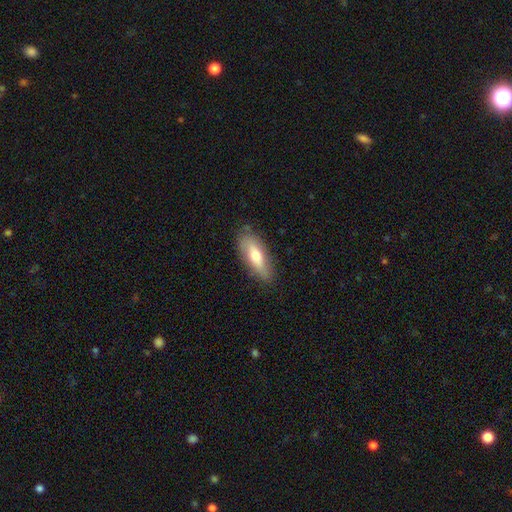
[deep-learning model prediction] smooth_or_featured: smooth (p=0.65) [alt: featured or disk p=0.29]
how_rounded: in between (p=0.64) [alt: cigar-shaped p=0.33]
merging: none (p=0.80) [alt: minor disturbance p=0.15]